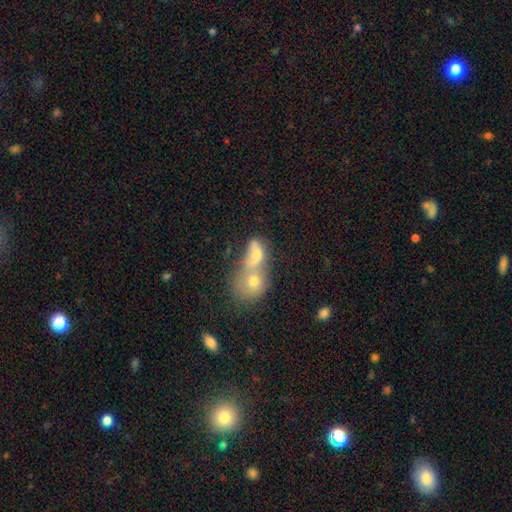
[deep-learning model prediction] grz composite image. It shows a smooth galaxy with no disk features (64%) that is in between round and cigar-shaped (63%). Merging: merger (76%).